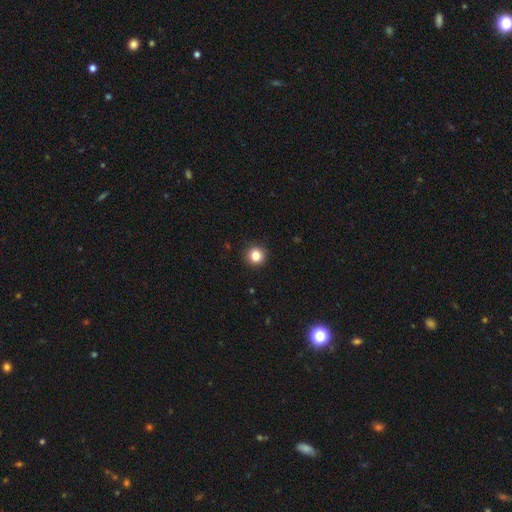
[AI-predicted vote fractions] smooth-or-featured: smooth: 84% | star or artifact: 11% | featured or disk: 5%
  how-rounded: round: 93% | in between: 6% | cigar-shaped: 1%
  merging: none: 92% | minor disturbance: 5% | major disturbance: 2% | merger: 1%